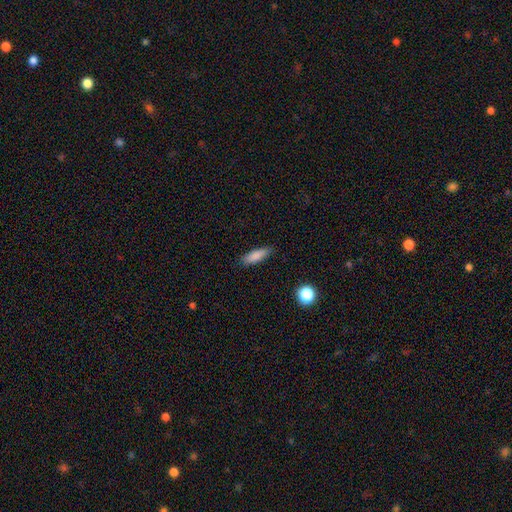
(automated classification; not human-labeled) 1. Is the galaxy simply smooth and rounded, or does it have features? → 84% smooth, 8% featured or disk, 8% star or artifact.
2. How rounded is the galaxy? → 51% cigar-shaped, 47% in between, 2% round.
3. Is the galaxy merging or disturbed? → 85% none, 11% minor disturbance, 2% major disturbance, 1% merger.